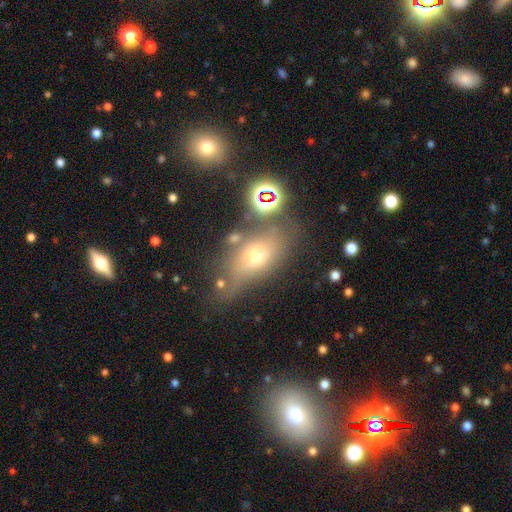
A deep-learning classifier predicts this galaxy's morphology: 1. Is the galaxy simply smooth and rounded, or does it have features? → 50% smooth, 30% featured or disk, 19% star or artifact.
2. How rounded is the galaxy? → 74% in between, 14% round, 12% cigar-shaped.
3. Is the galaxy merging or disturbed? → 56% none, 21% minor disturbance, 12% major disturbance, 11% merger.